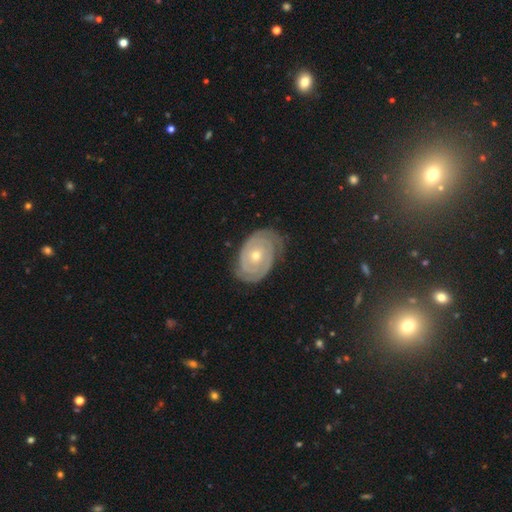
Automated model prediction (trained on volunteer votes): Smooth or featured: featured or disk — 87% (smooth — 7%)
Edge-on disk: no — 97% (yes — 3%)
Bar: no — 79% (weak — 16%)
Spiral arms: yes — 96% (no — 4%)
Spiral winding: tight — 85% (medium — 12%)
Spiral arm count: 2 — 60% (can't tell — 18%)
Bulge size: moderate — 54% (small — 43%)
Merging: none — 79% (minor disturbance — 16%)